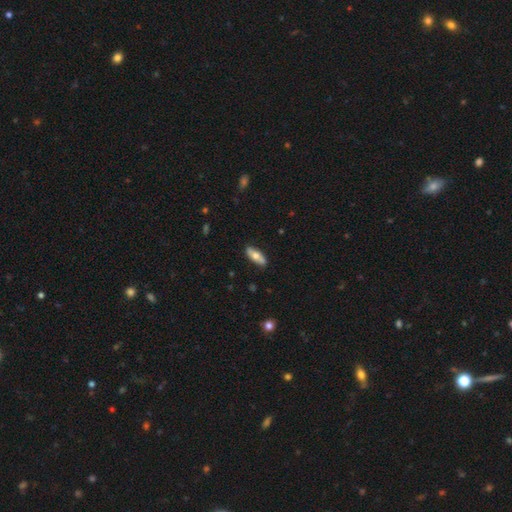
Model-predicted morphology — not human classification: A smooth galaxy with no disk features (60%) that is in between round and cigar-shaped (73%).

Vote fractions:
- Smooth or featured? smooth: 60% / featured or disk: 34% / star or artifact: 6%
- How rounded? in between: 73% / cigar-shaped: 24% / round: 3%
- Merging? none: 85% / minor disturbance: 12% / major disturbance: 2% / merger: 1%